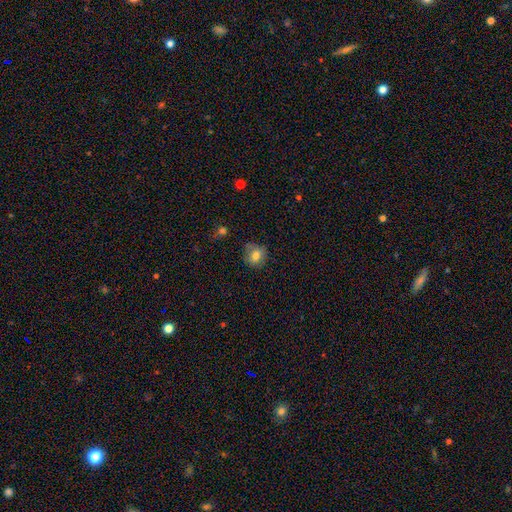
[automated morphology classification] smooth 77%, featured or disk 13%, star or artifact 10%. Down the decision tree: how rounded — round (81%); merging — none (73%).